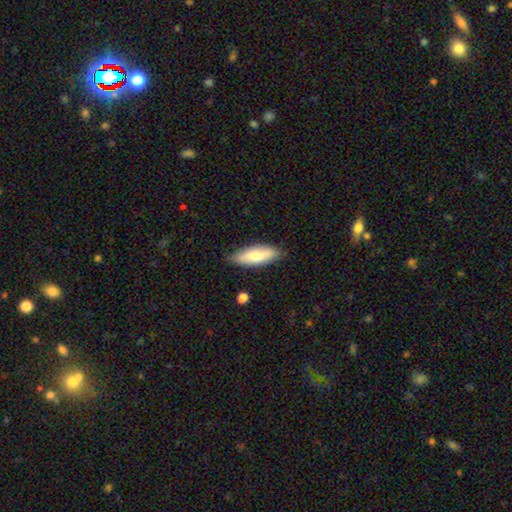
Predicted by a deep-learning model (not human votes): Smooth or featured: smooth — 67% (featured or disk — 27%)
How rounded: in between — 64% (cigar-shaped — 34%)
Merging: none — 83% (minor disturbance — 13%)